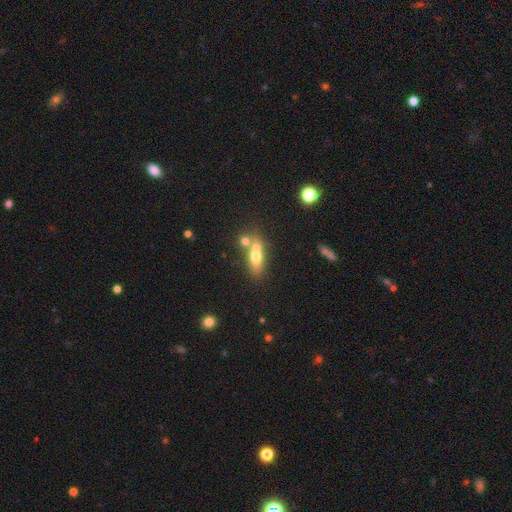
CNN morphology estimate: The model was most divided on "merging": merger: 46%, none: 38%, minor disturbance: 10%, major disturbance: 6%. More confident: how rounded — in between (60%); smooth or featured — smooth (60%).